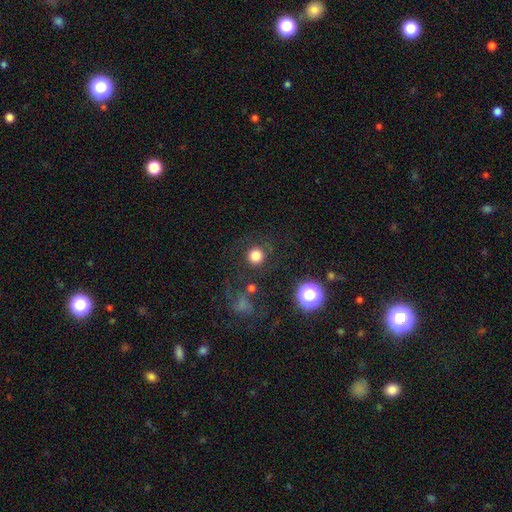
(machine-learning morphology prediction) A smooth galaxy with no disk features (80%) that is round (94%). Merging: none (82%).